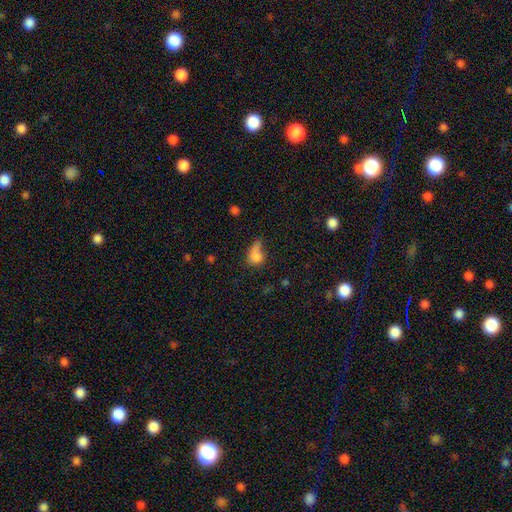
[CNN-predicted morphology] A smooth galaxy with no disk features (75%) that is in between round and cigar-shaped (57%). Merging: major disturbance (30%).